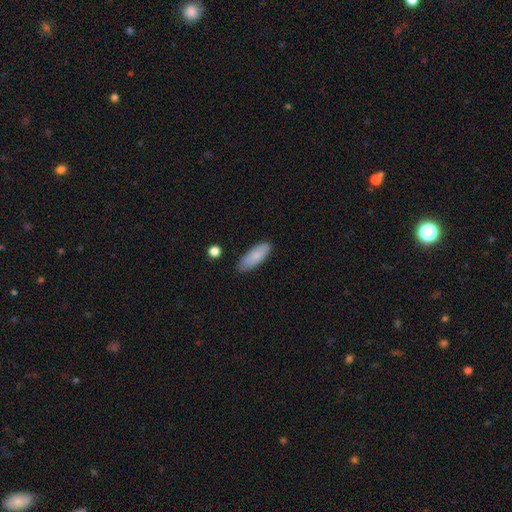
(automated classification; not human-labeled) smooth-or-featured: smooth: 82% | featured or disk: 12% | star or artifact: 6%
  how-rounded: in between: 70% | cigar-shaped: 28% | round: 2%
  merging: none: 78% | minor disturbance: 17% | major disturbance: 3% | merger: 2%